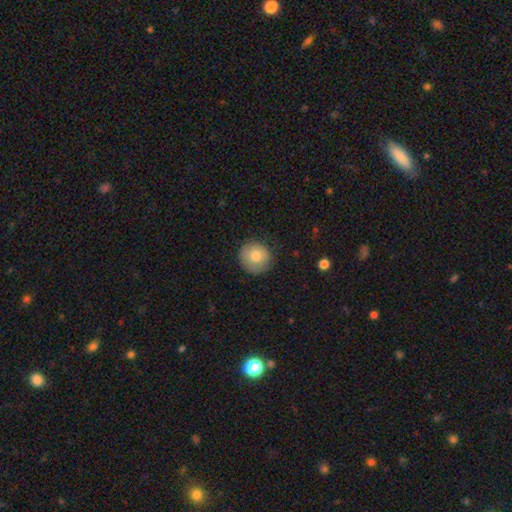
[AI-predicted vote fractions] This appears to be a smooth galaxy with no disk features (78%) that is round (92%). Merging: none (85%).